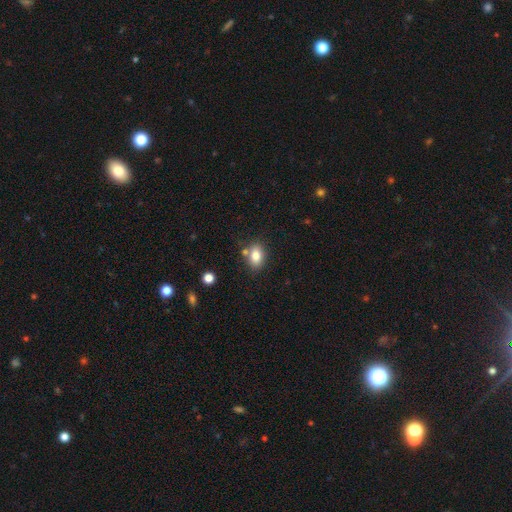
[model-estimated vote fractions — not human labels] Q: Smooth or featured?
A: smooth (82%); runner-up: star or artifact (9%)
Q: How rounded?
A: in between (83%); runner-up: round (16%)
Q: Merging?
A: none (71%); runner-up: minor disturbance (14%)